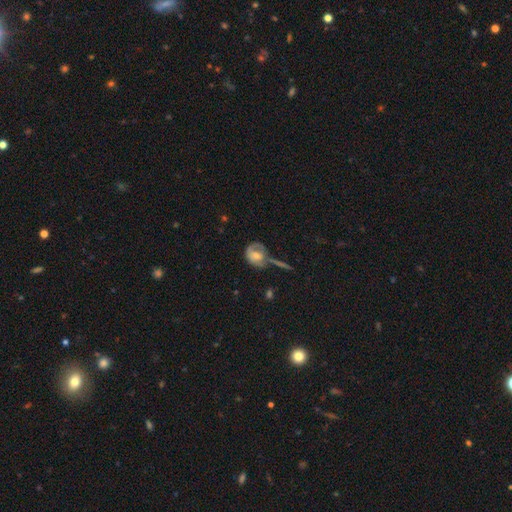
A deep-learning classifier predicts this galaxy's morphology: The model was most divided on "smooth or featured": featured or disk: 48%, smooth: 44%, star or artifact: 8%. Remaining: merging — none (39%).